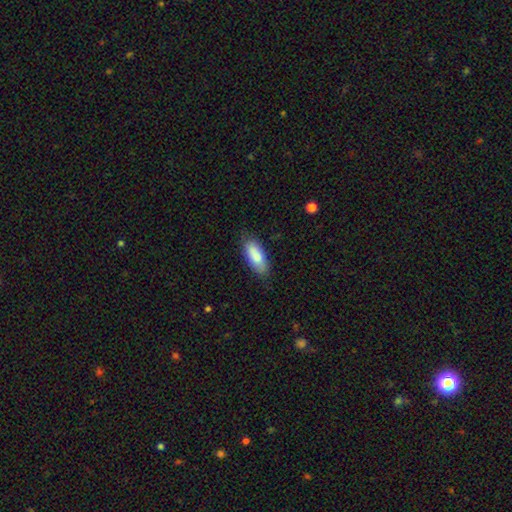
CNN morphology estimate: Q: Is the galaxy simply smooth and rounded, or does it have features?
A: smooth — 83%.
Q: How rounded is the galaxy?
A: in between — 76%.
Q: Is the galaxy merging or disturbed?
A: none — 78%.